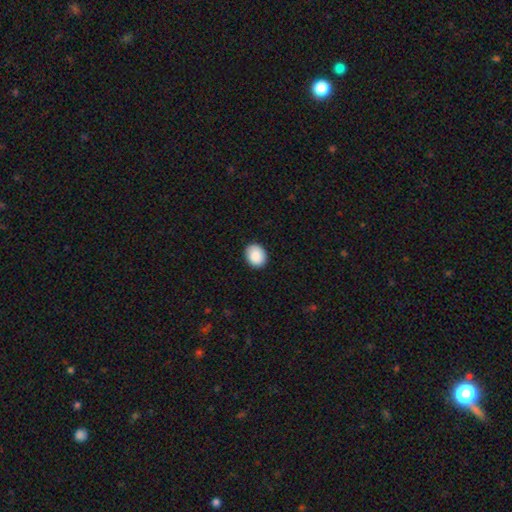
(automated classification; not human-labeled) Q: Smooth or featured?
A: smooth (89%); runner-up: star or artifact (7%)
Q: How rounded?
A: round (55%); runner-up: in between (44%)
Q: Merging?
A: none (89%); runner-up: minor disturbance (8%)